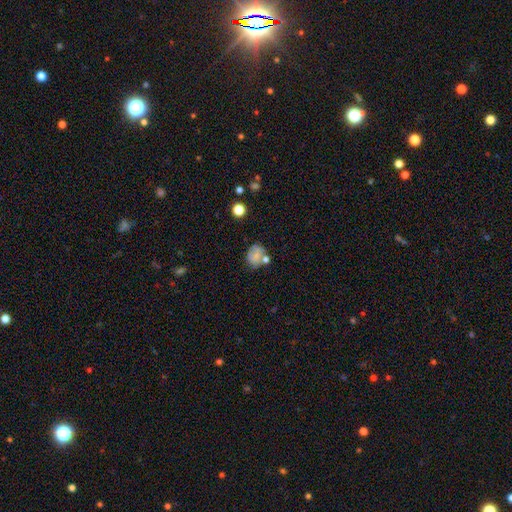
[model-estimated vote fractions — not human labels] Q: Smooth or featured?
A: smooth (66%); runner-up: featured or disk (23%)
Q: How rounded?
A: round (51%); runner-up: in between (48%)
Q: Merging?
A: none (53%); runner-up: minor disturbance (20%)